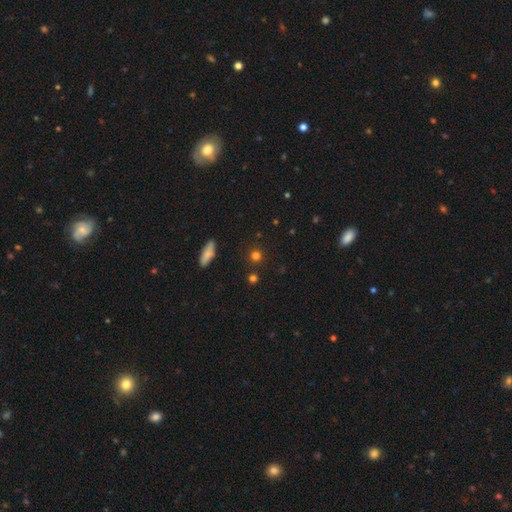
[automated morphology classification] A smooth galaxy with no disk features (75%) that is round (91%).

Vote fractions:
- Smooth or featured? smooth: 75% / star or artifact: 18% / featured or disk: 6%
- How rounded? round: 91% / in between: 7% / cigar-shaped: 2%
- Merging? none: 88% / minor disturbance: 6% / merger: 3% / major disturbance: 2%